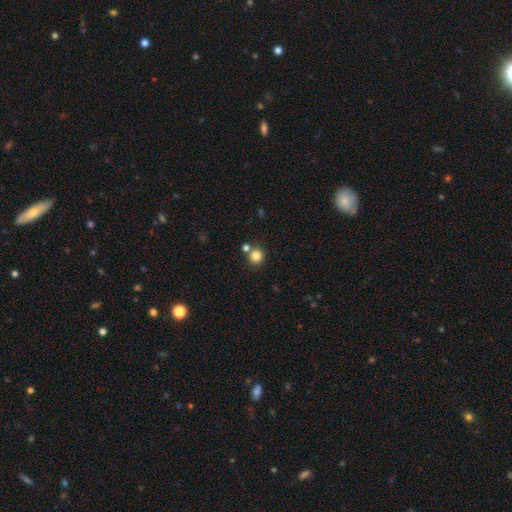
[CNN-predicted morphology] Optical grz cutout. It shows a smooth galaxy with no disk features (83%) that is round (92%). Merging: none (71%).